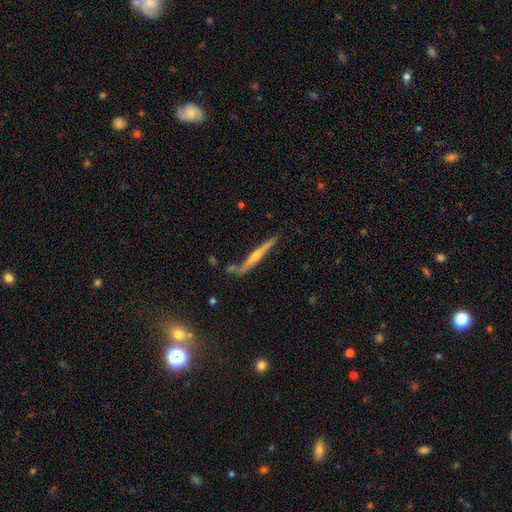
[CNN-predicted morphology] Q: Smooth or featured?
A: featured or disk (78%); runner-up: smooth (15%)
Q: Edge-on disk?
A: yes (96%); runner-up: no (4%)
Q: Edge-on bulge?
A: rounded (83%); runner-up: none (13%)
Q: Merging?
A: none (75%); runner-up: minor disturbance (16%)